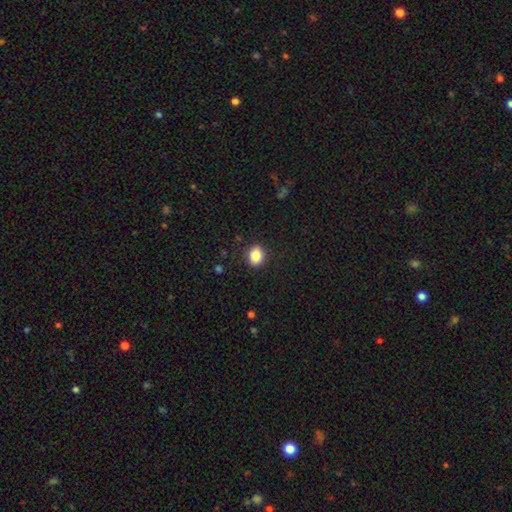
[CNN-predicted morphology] This is clearly a smooth galaxy (86%). How rounded: possibly in between (56%). Merging: clearly none (89%).